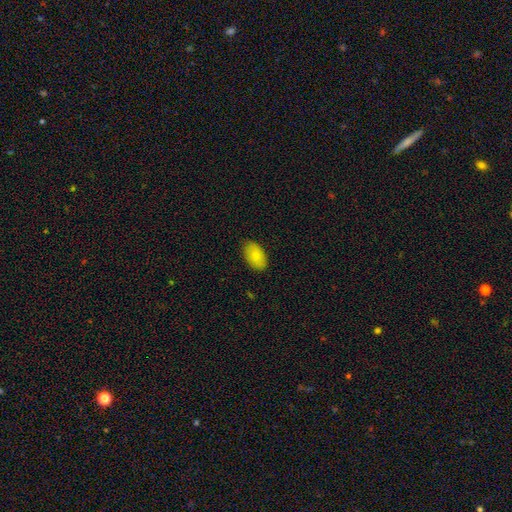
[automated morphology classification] Smooth or featured? Predicted: smooth (p=0.83). How rounded? Predicted: in between (p=0.94). Merging? Predicted: none (p=0.86).